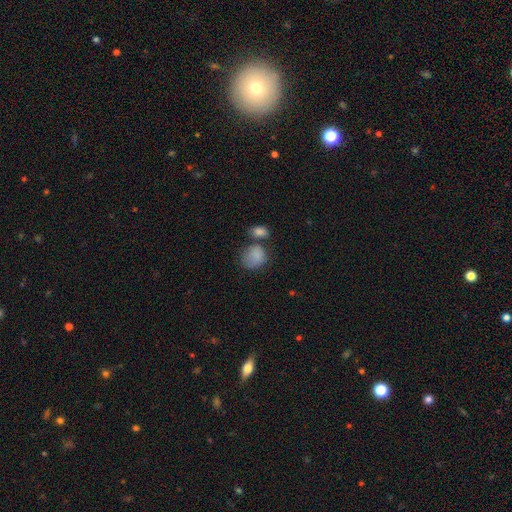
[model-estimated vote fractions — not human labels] Overall: smooth (83%). How rounded: round (58%; in between 41%). Merging: none (44%; merger 23%).